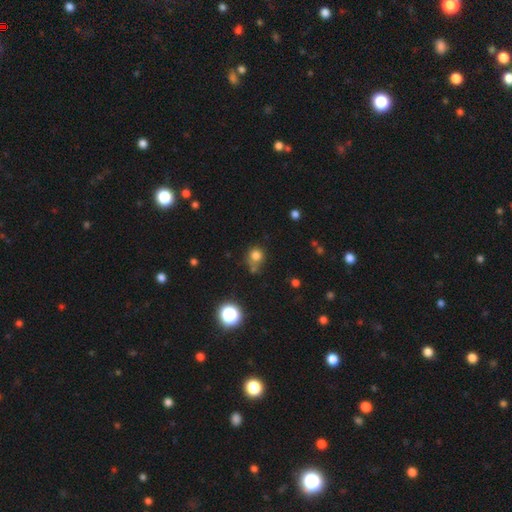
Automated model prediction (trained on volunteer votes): This is likely a smooth galaxy (77%). How rounded: clearly round (86%). Merging: likely none (61%).